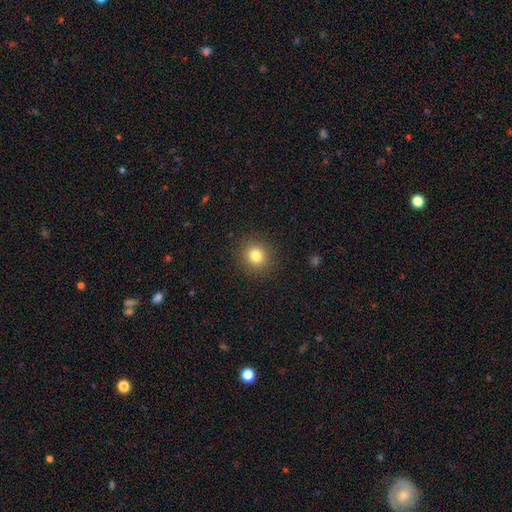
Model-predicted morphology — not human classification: A smooth galaxy with no disk features (81%) that is round (87%).

Vote fractions:
- Smooth or featured? smooth: 81% / star or artifact: 12% / featured or disk: 7%
- How rounded? round: 87% / in between: 12% / cigar-shaped: 1%
- Merging? none: 90% / minor disturbance: 6% / major disturbance: 3% / merger: 1%